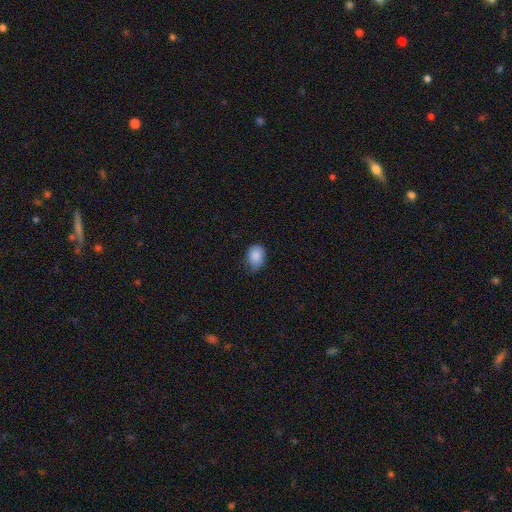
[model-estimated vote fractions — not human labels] smooth 87%, star or artifact 8%, featured or disk 5%. Down the decision tree: how rounded — in between (68%); merging — none (64%).